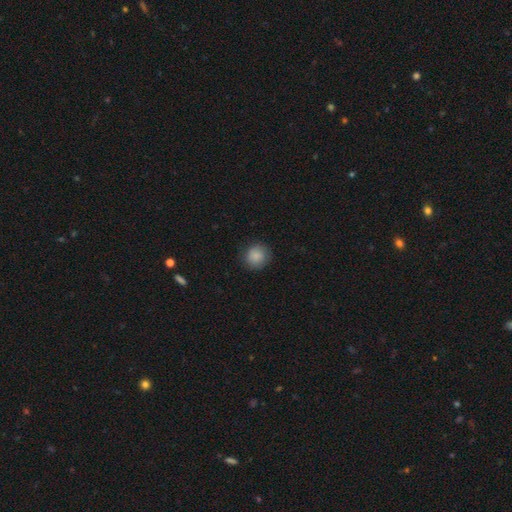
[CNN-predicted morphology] Smooth or featured: smooth — 87% (star or artifact — 8%)
How rounded: round — 89% (in between — 10%)
Merging: none — 86% (minor disturbance — 10%)